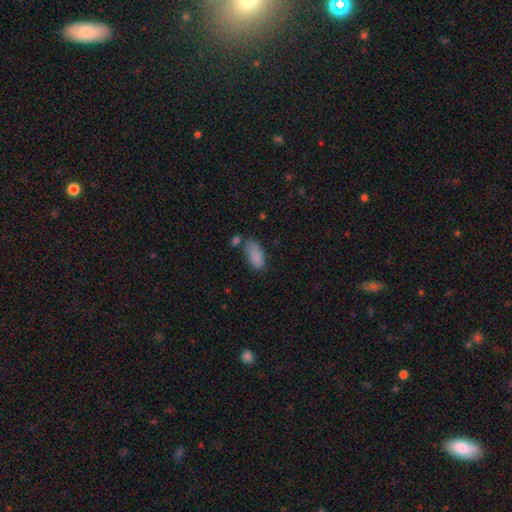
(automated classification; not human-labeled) A smooth galaxy with no disk features (86%) that is in between round and cigar-shaped (91%).

Vote fractions:
- Smooth or featured? smooth: 86% / star or artifact: 8% / featured or disk: 6%
- How rounded? in between: 91% / cigar-shaped: 6% / round: 3%
- Merging? none: 55% / minor disturbance: 24% / merger: 12% / major disturbance: 8%